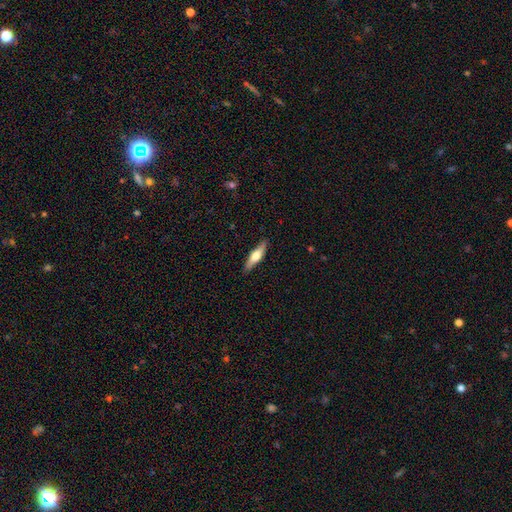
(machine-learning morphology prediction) Smooth or featured: smooth — 48% (featured or disk — 47%)
Merging: none — 88% (minor disturbance — 9%)